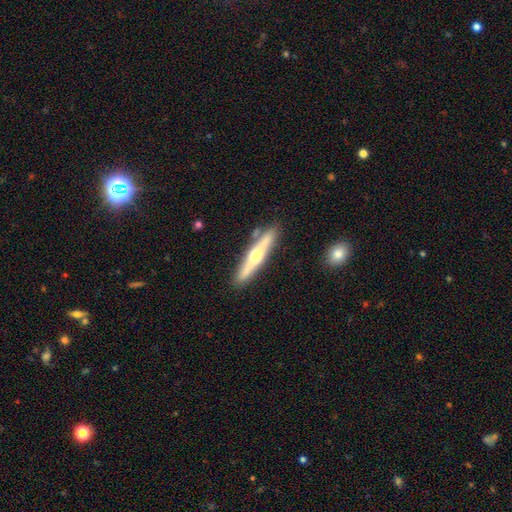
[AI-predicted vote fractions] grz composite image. It shows a featured or disk galaxy (63%) viewed edge-on (96%) with a rounded central bulge (91%). Merging: none (84%).